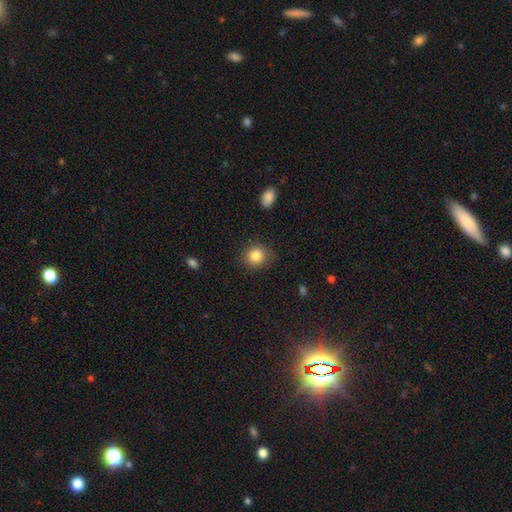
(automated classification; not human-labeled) The model was most divided on "how rounded": round: 85%, in between: 14%, cigar-shaped: 1%. More confident: merging — none (85%); smooth or featured — smooth (84%).